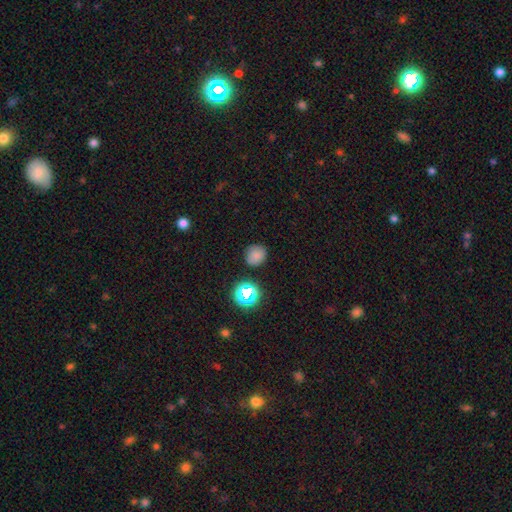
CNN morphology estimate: type=smooth (75%); roundness=round (85%); merging=none (82%).